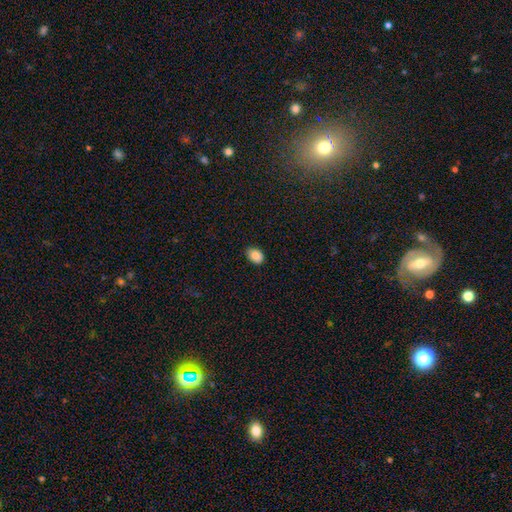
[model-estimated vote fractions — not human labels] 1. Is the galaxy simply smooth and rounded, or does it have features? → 87% smooth, 9% star or artifact, 4% featured or disk.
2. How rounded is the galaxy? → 78% in between, 21% round, 1% cigar-shaped.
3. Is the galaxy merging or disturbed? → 83% none, 14% minor disturbance, 2% major disturbance, 1% merger.